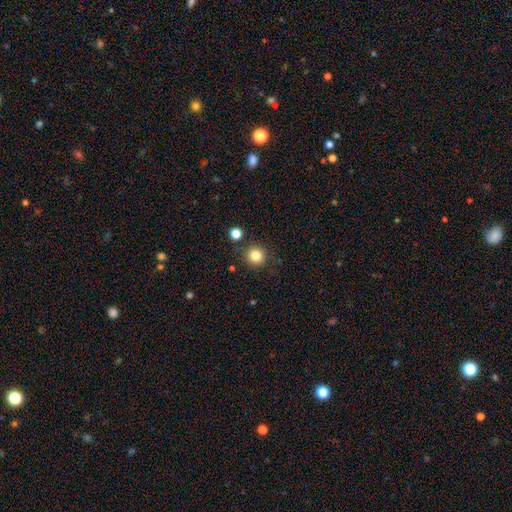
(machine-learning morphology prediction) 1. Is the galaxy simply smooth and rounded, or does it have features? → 82% smooth, 12% star or artifact, 6% featured or disk.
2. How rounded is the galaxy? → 94% round, 5% in between, 1% cigar-shaped.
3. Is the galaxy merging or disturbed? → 86% none, 8% minor disturbance, 4% merger, 3% major disturbance.